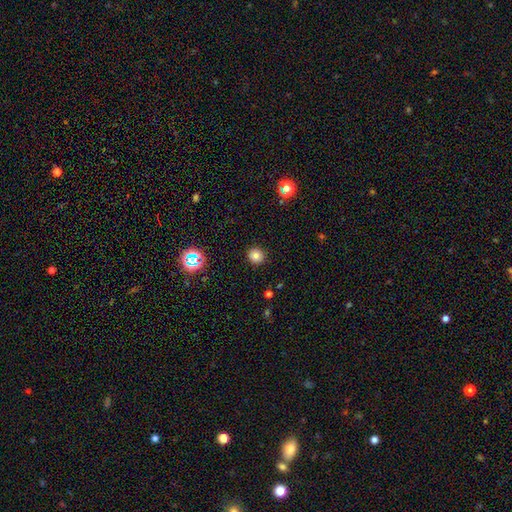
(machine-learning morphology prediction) This appears to be a smooth galaxy with no disk features (78%) that is round (89%). Merging: none (91%).